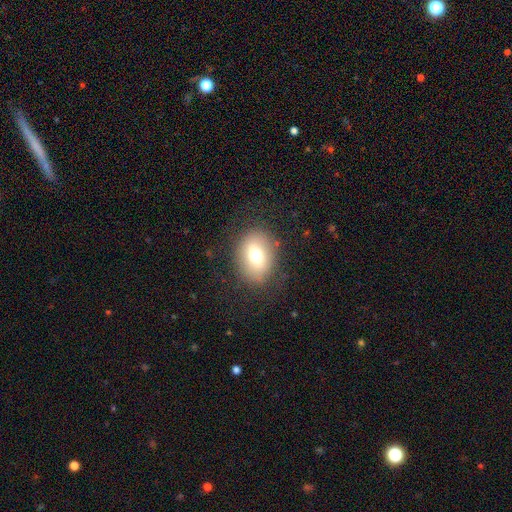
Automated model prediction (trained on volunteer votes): smooth_or_featured: smooth (p=0.68) [alt: featured or disk p=0.21]
how_rounded: in between (p=0.61) [alt: round p=0.38]
merging: none (p=0.81) [alt: minor disturbance p=0.12]